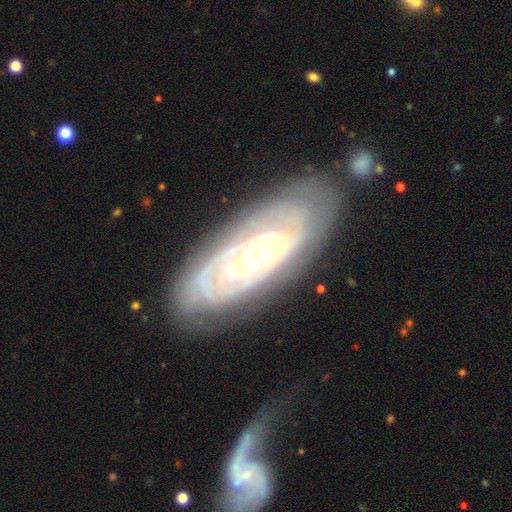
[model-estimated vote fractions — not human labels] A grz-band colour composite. It shows a featured or disk galaxy (84%) with no bar (69%), tight (77%) spiral arms (90%) and a moderate central bulge (64%). Merging: none (74%).